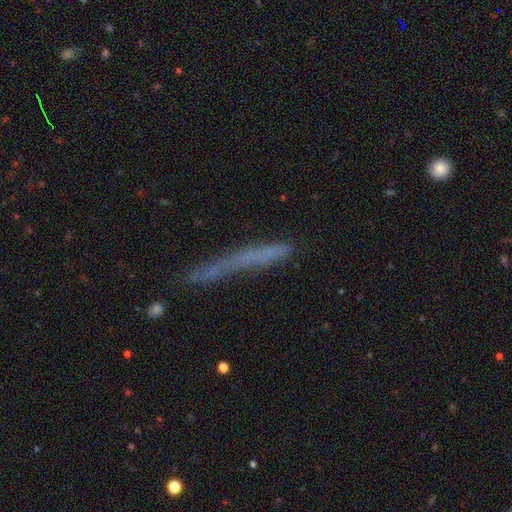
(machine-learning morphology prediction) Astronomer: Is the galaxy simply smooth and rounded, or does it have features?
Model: smooth — 50% (runner-up: featured or disk, 33%).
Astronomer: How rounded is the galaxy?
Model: cigar-shaped — 93%.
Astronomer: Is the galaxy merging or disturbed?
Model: none — 64%.